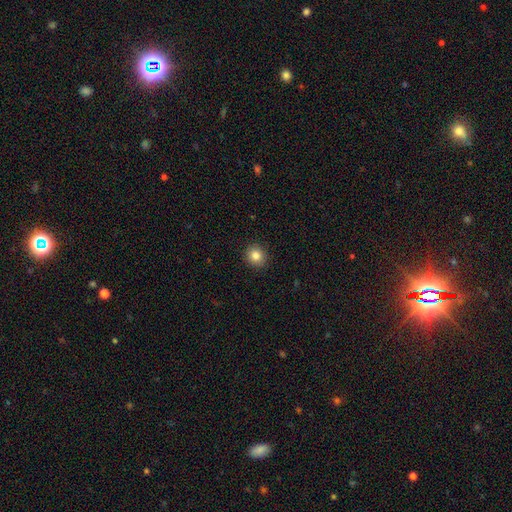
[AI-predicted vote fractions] smooth_or_featured: smooth (p=0.84) [alt: star or artifact p=0.10]
how_rounded: round (p=0.87) [alt: in between p=0.13]
merging: none (p=0.91) [alt: minor disturbance p=0.06]